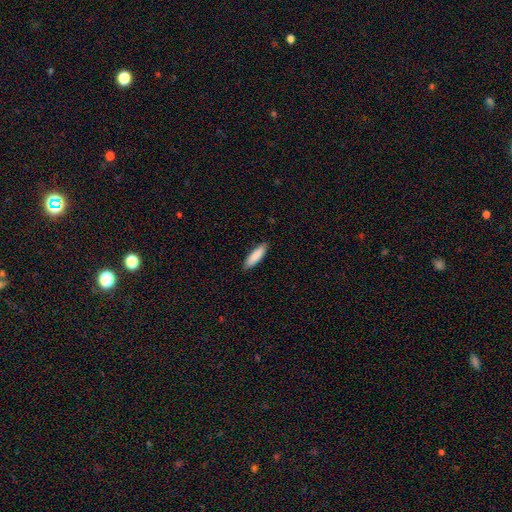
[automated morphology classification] A smooth galaxy with no disk features (88%) that is cigar-shaped (58%). Merging: none (87%).